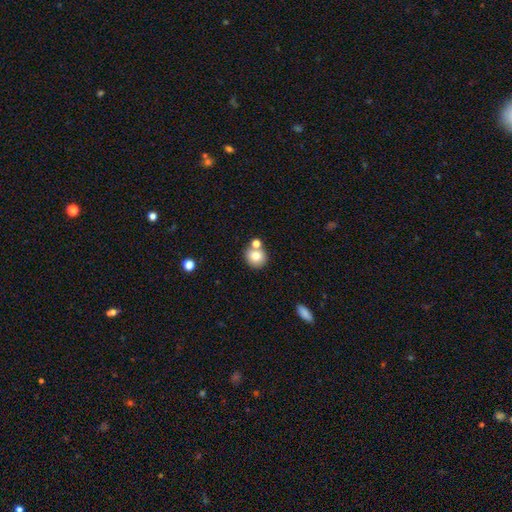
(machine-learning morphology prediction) This appears to be a smooth galaxy with no disk features (77%) that is round (86%). Merging: none (62%).